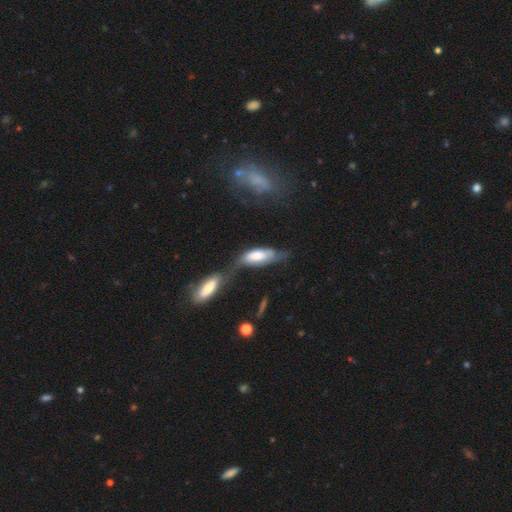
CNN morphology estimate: Smooth or featured?
  - smooth: 60% *
  - featured or disk: 33%
  - star or artifact: 7%
How rounded?
  - in between: 74% *
  - cigar-shaped: 24%
  - round: 2%
Merging?
  - merger: 45% *
  - major disturbance: 19%
  - none: 19%
  - minor disturbance: 17%